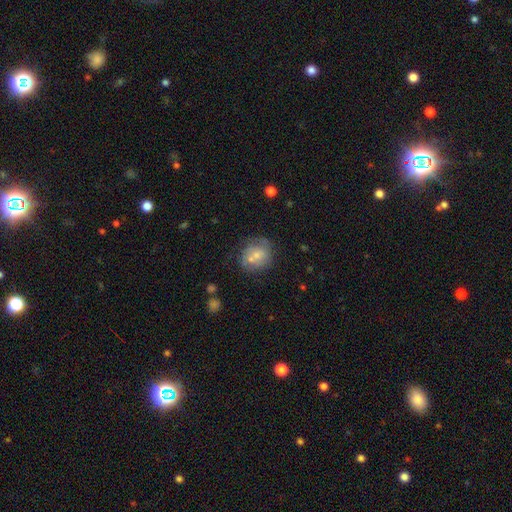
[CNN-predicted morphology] Smooth or featured? smooth (57%)
How rounded? round (72%)
Merging? none (46%)